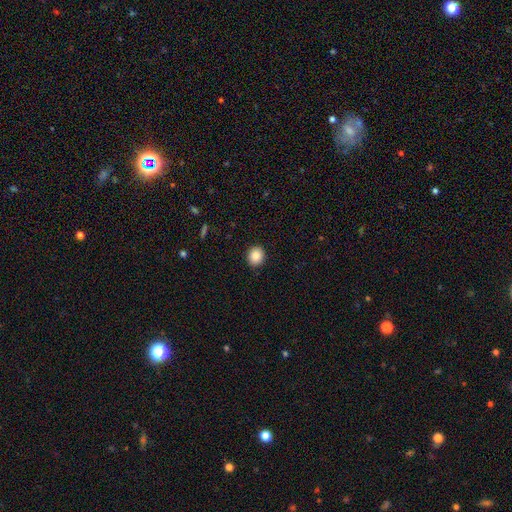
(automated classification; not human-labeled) Smooth or featured? smooth (86%)
How rounded? round (79%)
Merging? none (92%)